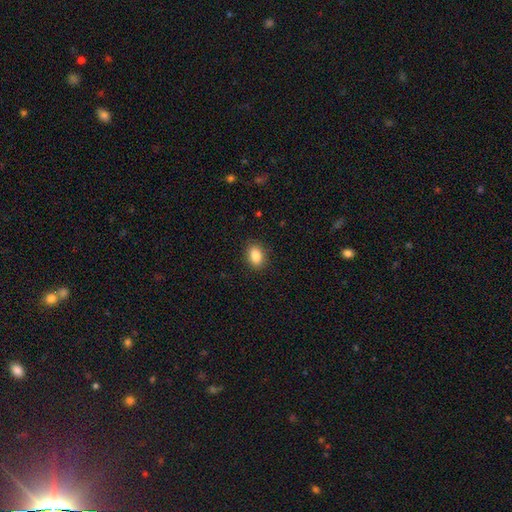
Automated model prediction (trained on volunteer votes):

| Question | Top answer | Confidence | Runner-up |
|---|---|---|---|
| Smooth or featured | smooth | 86% | star or artifact (9%) |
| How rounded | in between | 76% | round (23%) |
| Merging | none | 88% | minor disturbance (9%) |